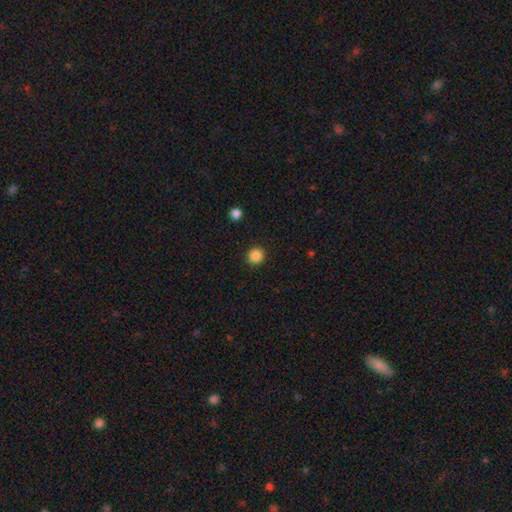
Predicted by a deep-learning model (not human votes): A smooth galaxy with no disk features (87%) that is round (90%).

Vote fractions:
- Smooth or featured? smooth: 87% / star or artifact: 10% / featured or disk: 3%
- How rounded? round: 90% / in between: 9% / cigar-shaped: 1%
- Merging? none: 91% / minor disturbance: 6% / major disturbance: 2% / merger: 1%